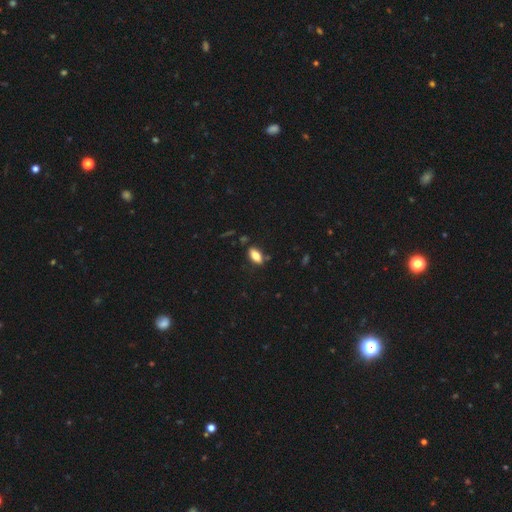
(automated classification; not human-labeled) smooth-or-featured: smooth: 78% | featured or disk: 14% | star or artifact: 8%
  how-rounded: in between: 87% | cigar-shaped: 10% | round: 3%
  merging: none: 82% | minor disturbance: 12% | merger: 3% | major disturbance: 3%